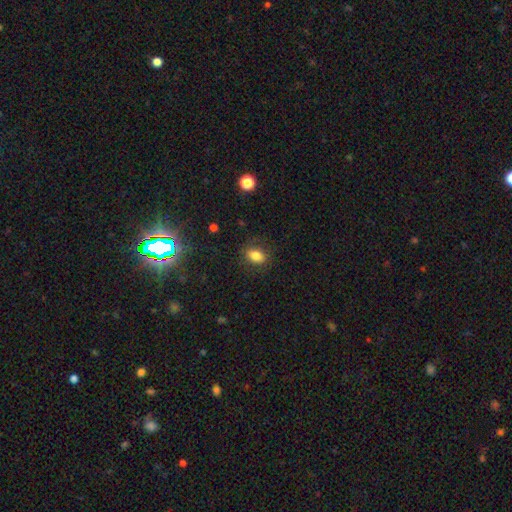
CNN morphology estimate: Smooth or featured? Predicted: smooth (p=0.81). How rounded? Predicted: in between (p=0.77). Merging? Predicted: none (p=0.81).